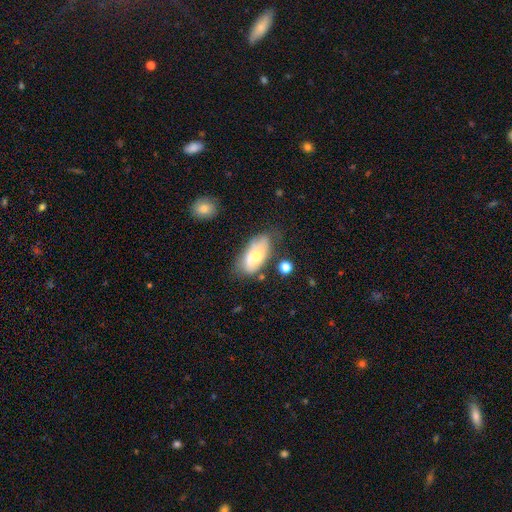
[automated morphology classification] Smooth or featured? smooth (57%)
How rounded? in between (91%)
Merging? none (61%)